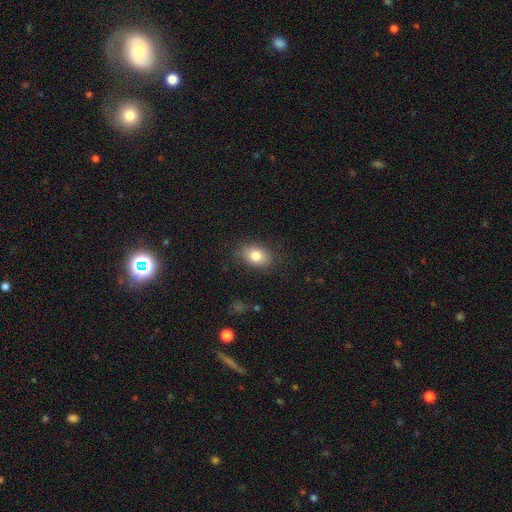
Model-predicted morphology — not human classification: This appears to be a smooth galaxy with no disk features (80%) that is in between round and cigar-shaped (80%). Merging: none (83%).